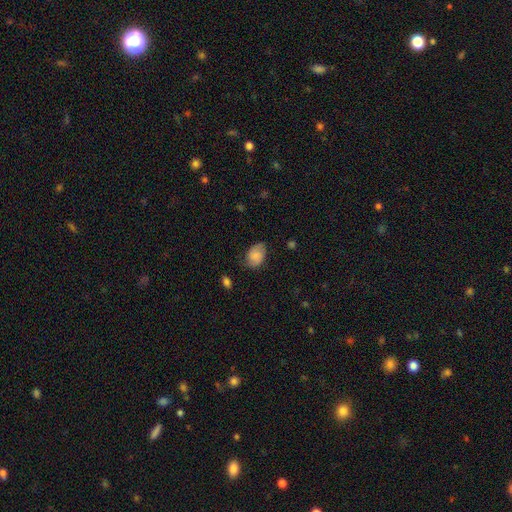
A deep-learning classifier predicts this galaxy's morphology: A smooth galaxy with no disk features (67%) that is in between round and cigar-shaped (79%). Merging: none (67%).